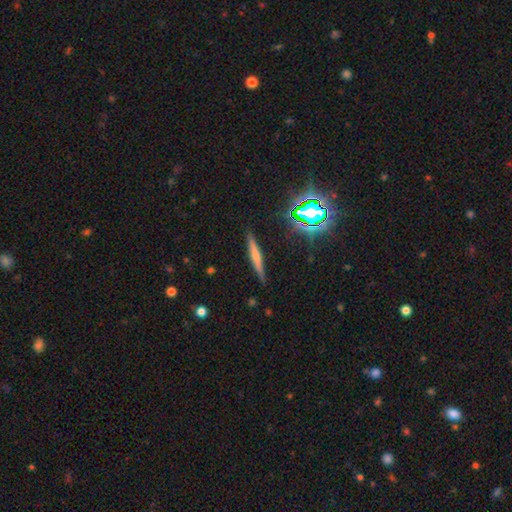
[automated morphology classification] Q: Smooth or featured?
A: smooth (49%); runner-up: featured or disk (39%)
Q: Merging?
A: none (85%); runner-up: minor disturbance (11%)